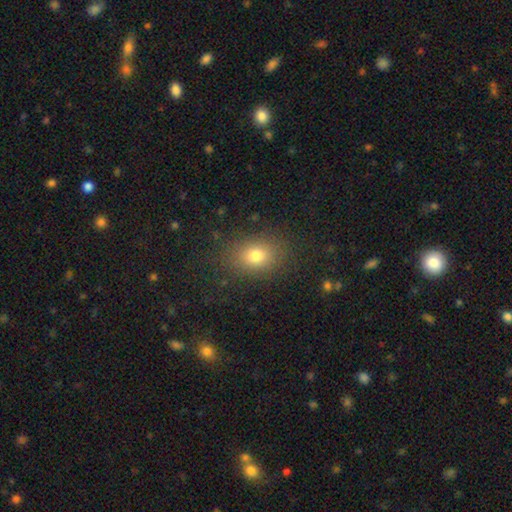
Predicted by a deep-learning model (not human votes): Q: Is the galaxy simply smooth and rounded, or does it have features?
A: smooth — 78%.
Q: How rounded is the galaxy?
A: in between — 63%.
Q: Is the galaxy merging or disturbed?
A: none — 84%.